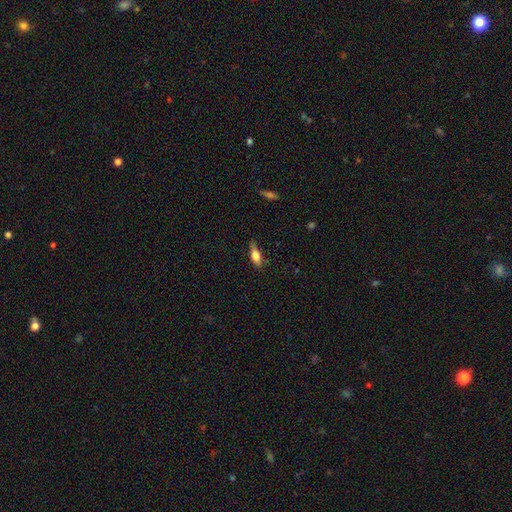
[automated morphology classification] type=smooth (70%); roundness=in between (66%); merging=none (65%).